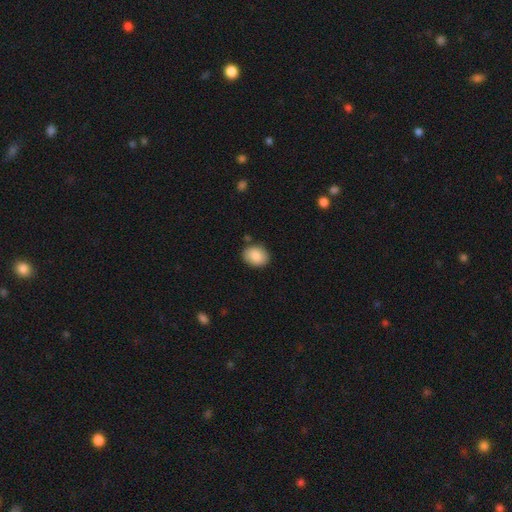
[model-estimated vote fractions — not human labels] smooth 86%, star or artifact 7%, featured or disk 6%. Down the decision tree: how rounded — in between (54%); merging — none (83%).